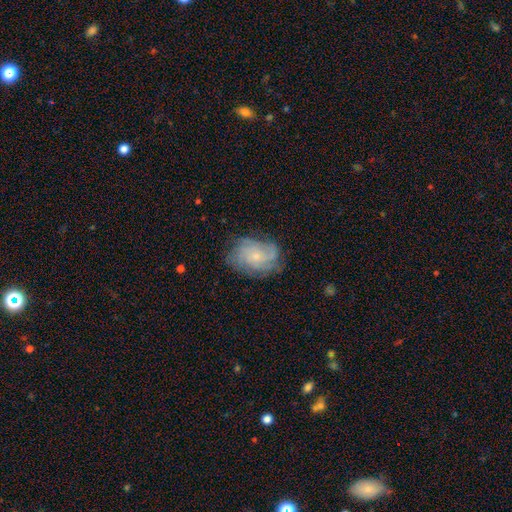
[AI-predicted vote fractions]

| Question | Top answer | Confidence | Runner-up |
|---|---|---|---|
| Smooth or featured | featured or disk | 71% | smooth (21%) |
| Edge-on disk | no | 97% | yes (3%) |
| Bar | no | 79% | weak (19%) |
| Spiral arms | yes | 91% | no (9%) |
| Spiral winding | tight | 52% | medium (34%) |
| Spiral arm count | can't tell | 38% | 4 (22%) |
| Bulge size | small | 76% | moderate (18%) |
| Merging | none | 70% | minor disturbance (20%) |